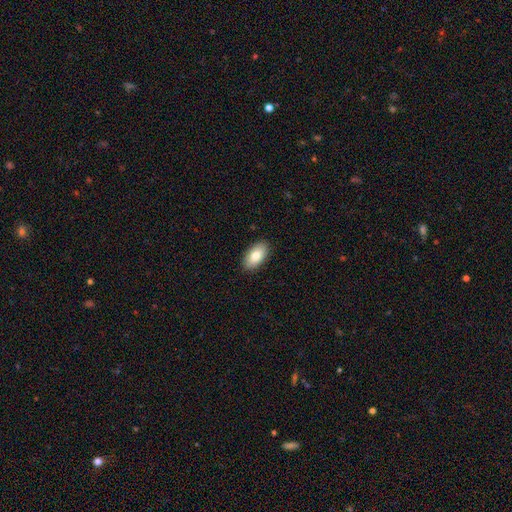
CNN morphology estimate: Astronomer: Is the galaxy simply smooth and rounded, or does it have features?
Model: smooth — 84%.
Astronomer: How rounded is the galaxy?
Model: in between — 95%.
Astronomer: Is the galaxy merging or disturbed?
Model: none — 90%.